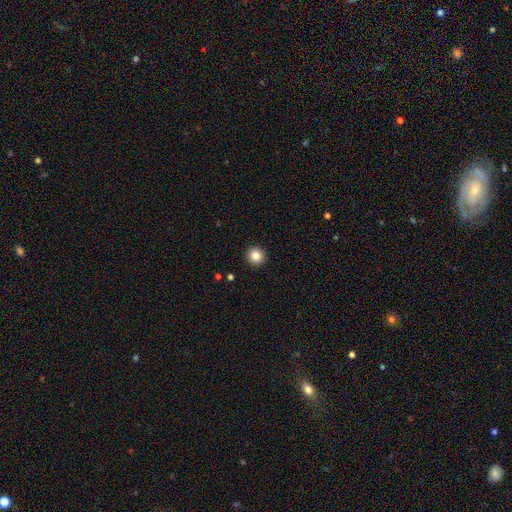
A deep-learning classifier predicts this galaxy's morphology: Overall: smooth (84%). How rounded: round (96%). Merging: none (94%).